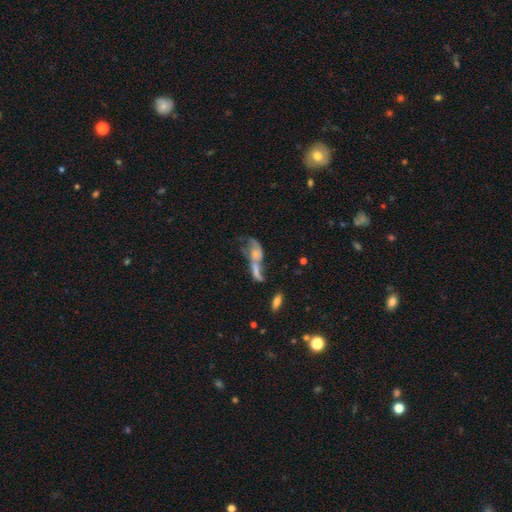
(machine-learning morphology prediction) A featured or disk galaxy (54%).

Vote fractions:
- Smooth or featured? featured or disk: 54% / smooth: 33% / star or artifact: 14%
- Edge-on disk? no: 89% / yes: 11%
- Merging? merger: 51% / major disturbance: 22% / none: 17% / minor disturbance: 10%